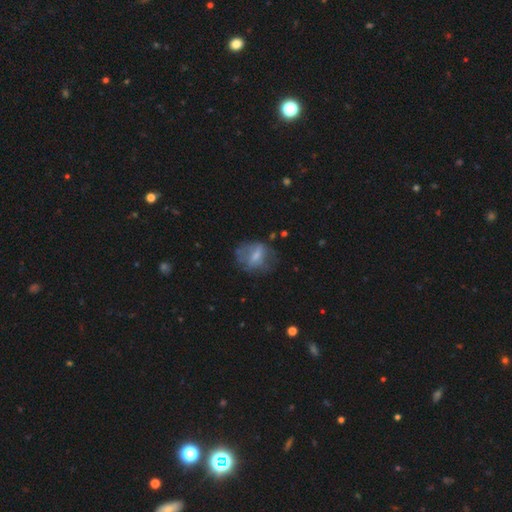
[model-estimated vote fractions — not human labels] Q: Smooth or featured?
A: smooth (48%); runner-up: featured or disk (42%)
Q: Merging?
A: none (50%); runner-up: minor disturbance (25%)